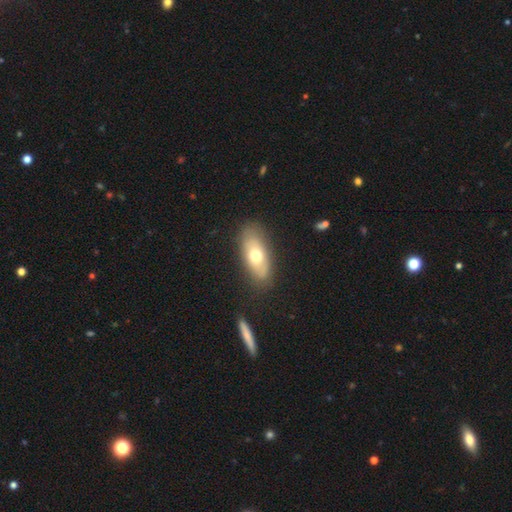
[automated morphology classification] Q: Smooth or featured?
A: smooth (63%); runner-up: featured or disk (30%)
Q: How rounded?
A: in between (82%); runner-up: cigar-shaped (14%)
Q: Merging?
A: none (81%); runner-up: minor disturbance (13%)